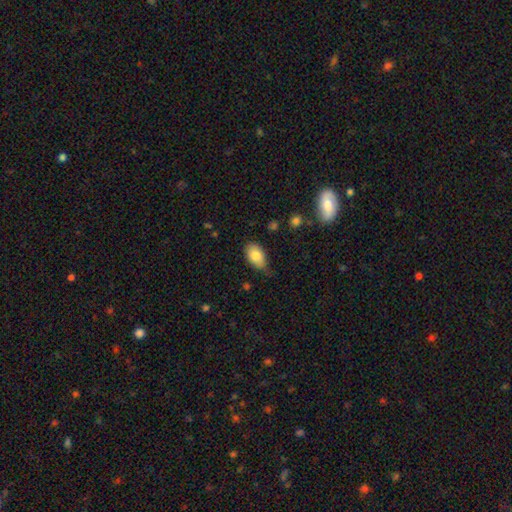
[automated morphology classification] This is clearly a smooth galaxy (82%). How rounded: clearly in between (91%). Merging: likely none (61%).